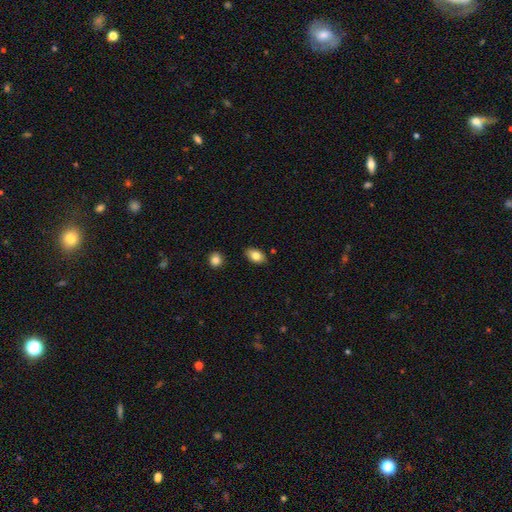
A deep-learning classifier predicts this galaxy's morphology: A smooth galaxy with no disk features (81%) that is in between round and cigar-shaped (89%). Merging: none (85%).